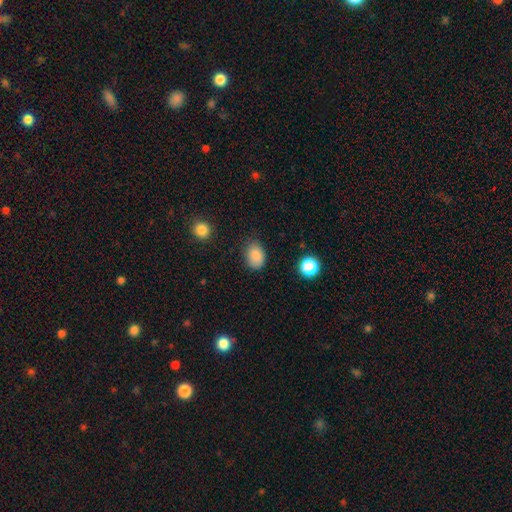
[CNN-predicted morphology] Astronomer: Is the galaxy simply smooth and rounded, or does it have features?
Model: smooth — 87%.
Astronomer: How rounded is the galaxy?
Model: in between — 76%.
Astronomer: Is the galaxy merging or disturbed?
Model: none — 78%.